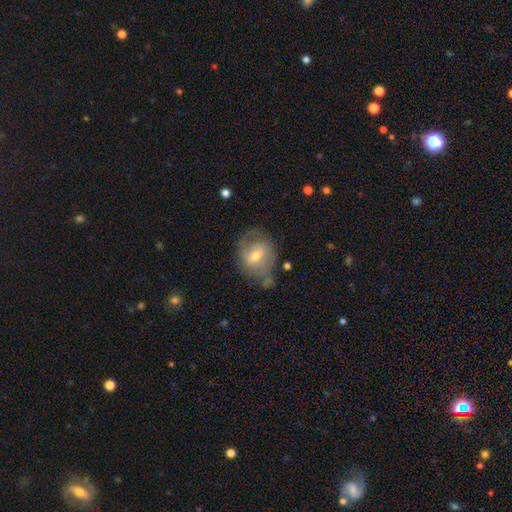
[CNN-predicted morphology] A featured or disk galaxy (47%). Merging: none (52%).